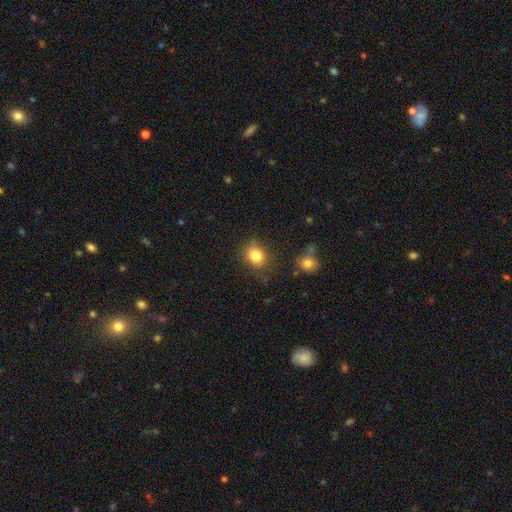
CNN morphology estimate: smooth 82%, star or artifact 11%, featured or disk 7%. Down the decision tree: how rounded — round (62%); merging — none (80%).